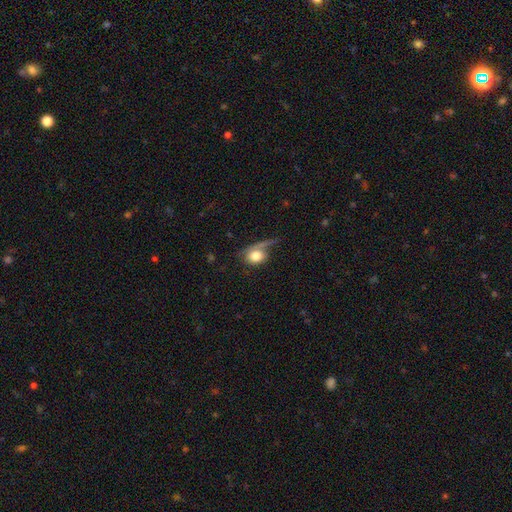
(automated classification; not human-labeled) Smooth or featured?
  - smooth: 72% *
  - featured or disk: 19%
  - star or artifact: 9%
How rounded?
  - in between: 56% *
  - round: 41%
  - cigar-shaped: 3%
Merging?
  - none: 40% *
  - major disturbance: 27%
  - minor disturbance: 20%
  - merger: 12%